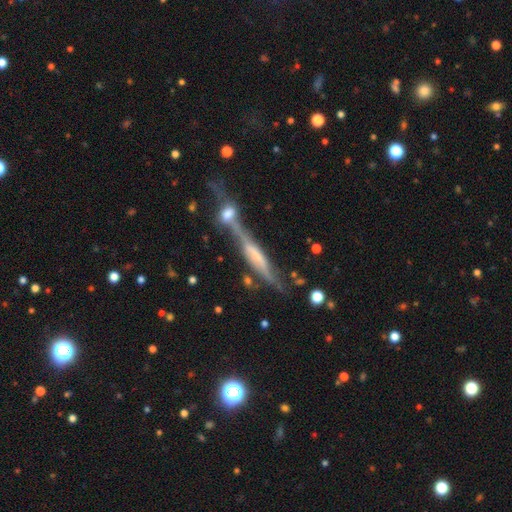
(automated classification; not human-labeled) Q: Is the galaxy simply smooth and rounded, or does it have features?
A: featured or disk — 71%.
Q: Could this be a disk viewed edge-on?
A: yes — 88%.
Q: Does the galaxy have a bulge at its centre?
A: rounded — 42%.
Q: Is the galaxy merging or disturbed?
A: none — 42%.